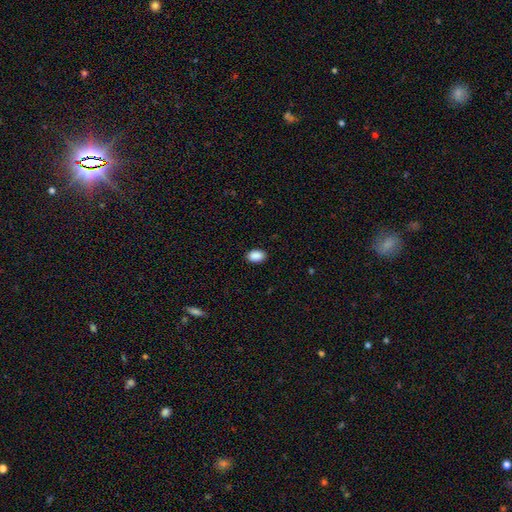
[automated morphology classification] smooth-or-featured: smooth: 90% | star or artifact: 7% | featured or disk: 3%
  how-rounded: in between: 89% | round: 10% | cigar-shaped: 1%
  merging: none: 89% | minor disturbance: 8% | major disturbance: 2% | merger: 1%